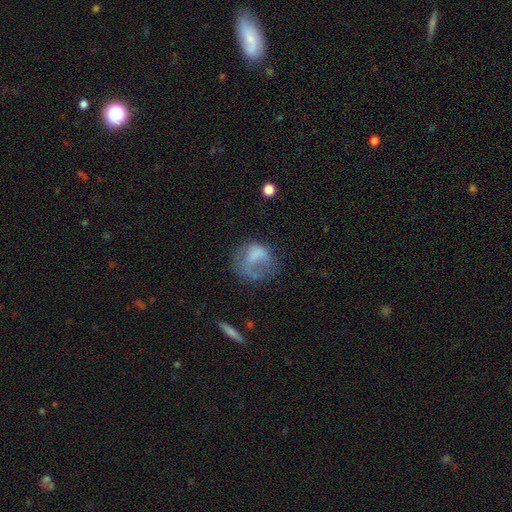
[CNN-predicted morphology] A smooth galaxy with no disk features (57%) that is round (61%).

Vote fractions:
- Smooth or featured? smooth: 57% / featured or disk: 32% / star or artifact: 11%
- How rounded? round: 61% / in between: 38% / cigar-shaped: 1%
- Merging? major disturbance: 41% / none: 33% / minor disturbance: 22% / merger: 4%